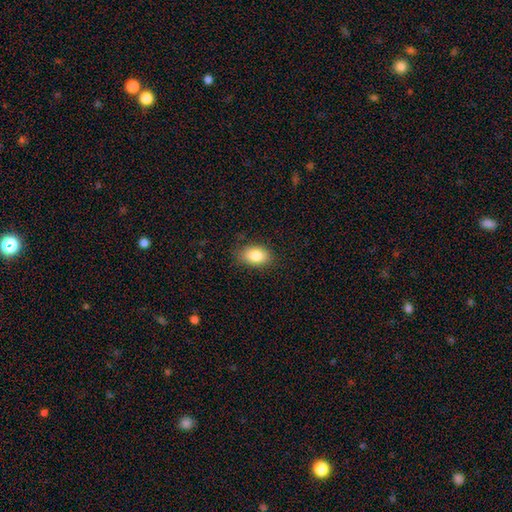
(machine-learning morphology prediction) smooth 84%, star or artifact 8%, featured or disk 8%. Down the decision tree: how rounded — in between (85%); merging — none (83%).